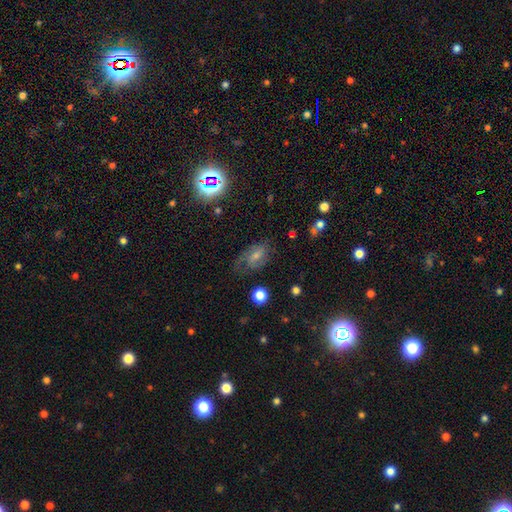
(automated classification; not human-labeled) Smooth or featured: featured or disk — 44% (smooth — 43%)
Merging: none — 50% (minor disturbance — 25%)